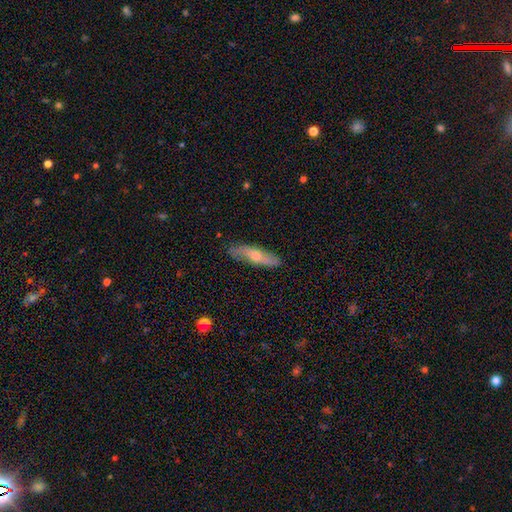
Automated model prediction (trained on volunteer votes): This is possibly a featured or disk galaxy (49%). Merging: clearly none (83%).